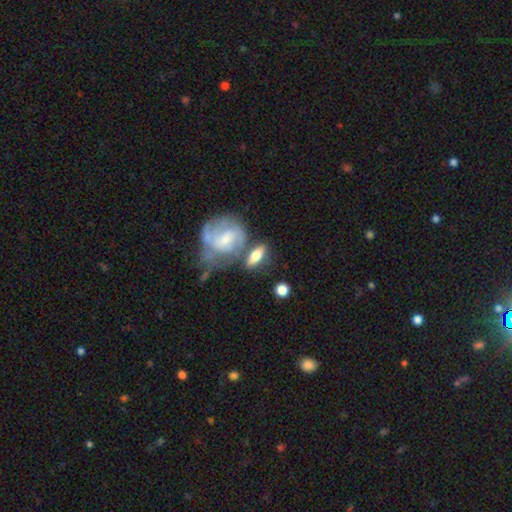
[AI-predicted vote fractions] smooth 52%, featured or disk 41%, star or artifact 7%. Down the decision tree: how rounded — in between (63%); merging — none (58%).